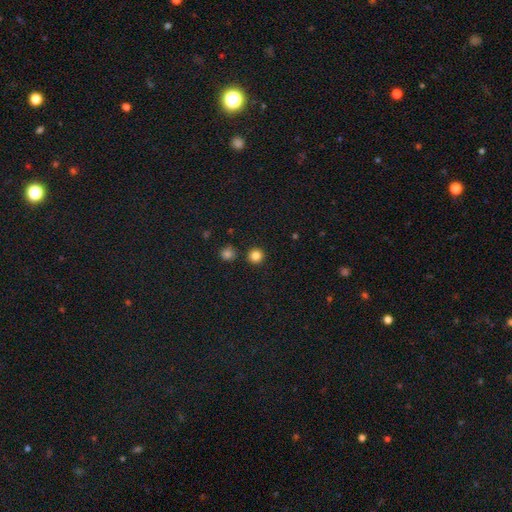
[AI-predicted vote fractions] This appears to be a smooth galaxy with no disk features (84%) that is round (94%). Merging: none (89%).